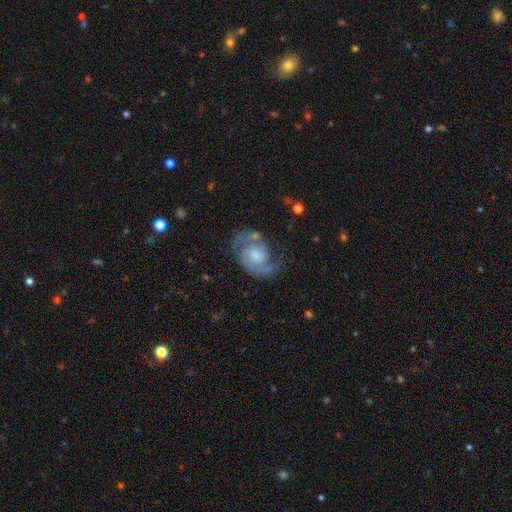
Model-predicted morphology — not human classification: Smooth or featured: featured or disk — 85% (smooth — 9%)
Edge-on disk: no — 98% (yes — 2%)
Bar: no — 56% (weak — 37%)
Spiral arms: yes — 96% (no — 4%)
Spiral winding: medium — 55% (tight — 24%)
Spiral arm count: 2 — 90% (1 — 4%)
Bulge size: moderate — 37% (small — 33%)
Merging: none — 67% (minor disturbance — 19%)